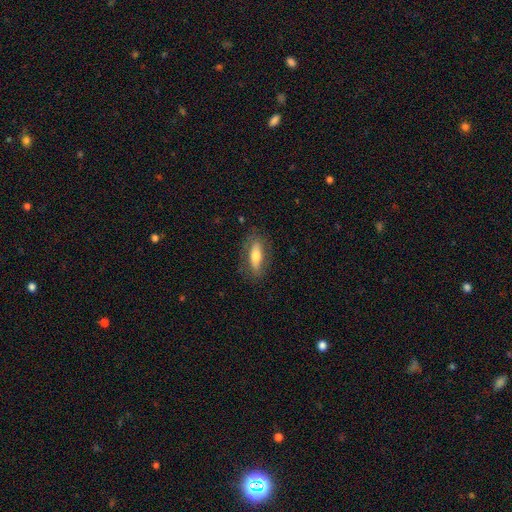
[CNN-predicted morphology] This appears to be a smooth galaxy with no disk features (59%) that is in between round and cigar-shaped (58%). Merging: none (79%).